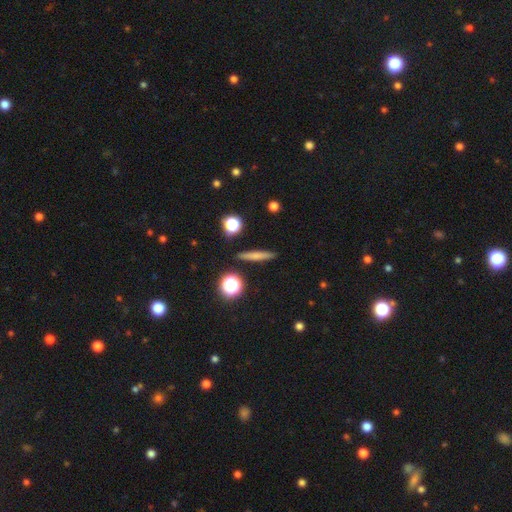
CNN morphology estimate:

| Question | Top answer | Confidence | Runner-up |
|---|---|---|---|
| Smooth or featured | smooth | 66% | featured or disk (23%) |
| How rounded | cigar-shaped | 84% | round (8%) |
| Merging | none | 90% | minor disturbance (6%) |